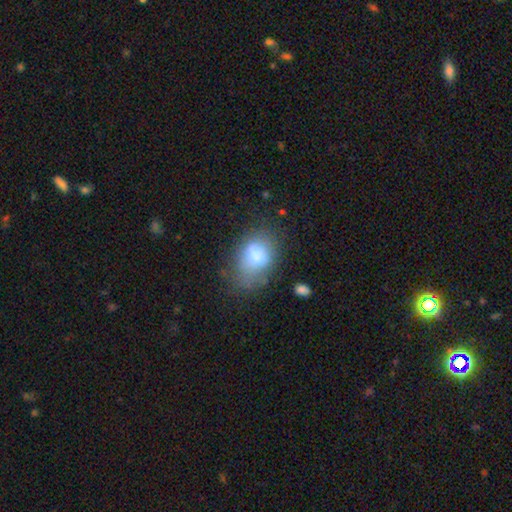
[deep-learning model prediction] The model was most divided on "merging": none: 45%, minor disturbance: 30%, major disturbance: 17%, merger: 8%. More confident: how rounded — in between (78%); smooth or featured — smooth (73%).